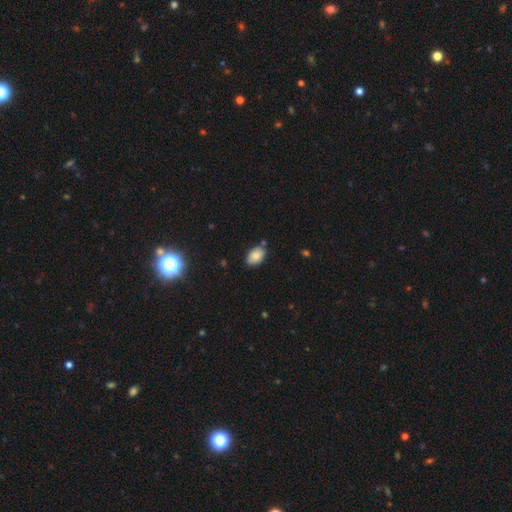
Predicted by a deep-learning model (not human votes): This is clearly a smooth galaxy (81%). How rounded: clearly in between (88%). Merging: likely none (78%).